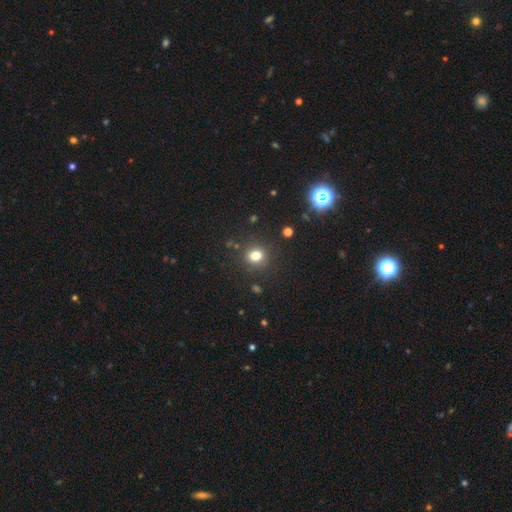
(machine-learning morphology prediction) The model was most divided on "how rounded": round: 79%, in between: 20%, cigar-shaped: 1%. More confident: merging — none (86%); smooth or featured — smooth (77%).